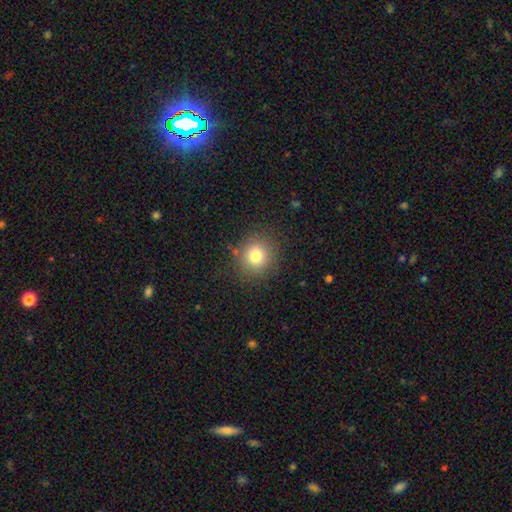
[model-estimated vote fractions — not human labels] Morphology: type=smooth (78%); roundness=round (90%); merging=none (87%).